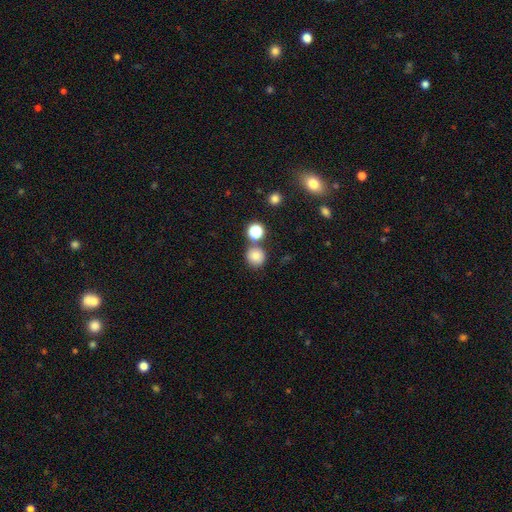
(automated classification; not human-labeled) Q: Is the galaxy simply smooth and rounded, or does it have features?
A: smooth — 80%.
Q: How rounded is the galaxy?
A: round — 91%.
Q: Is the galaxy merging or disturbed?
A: none — 76%.